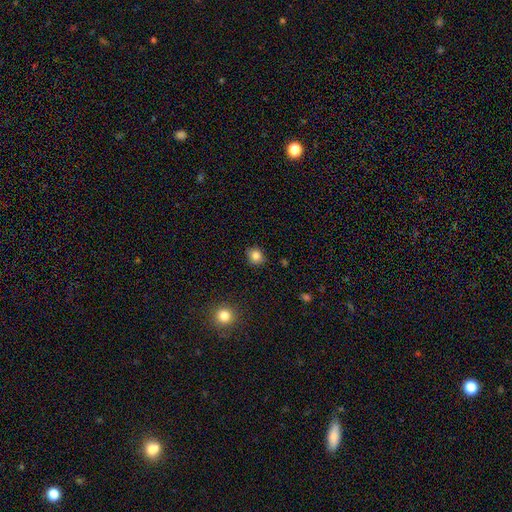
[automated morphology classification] smooth-or-featured: smooth: 84% | star or artifact: 12% | featured or disk: 5%
  how-rounded: round: 79% | in between: 20% | cigar-shaped: 1%
  merging: none: 85% | minor disturbance: 11% | major disturbance: 2% | merger: 1%